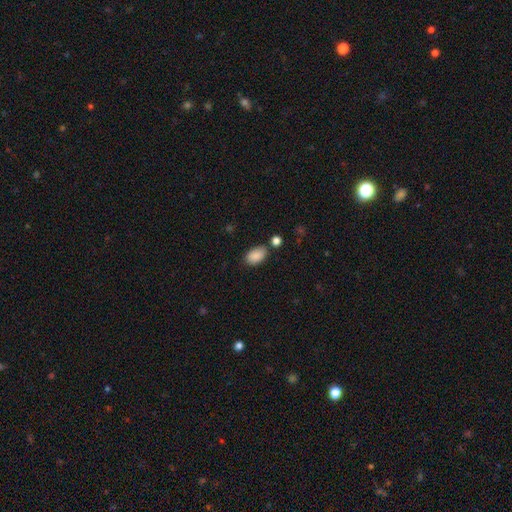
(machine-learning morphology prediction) Q: Smooth or featured?
A: smooth (88%); runner-up: star or artifact (7%)
Q: How rounded?
A: in between (92%); runner-up: round (7%)
Q: Merging?
A: none (74%); runner-up: minor disturbance (15%)